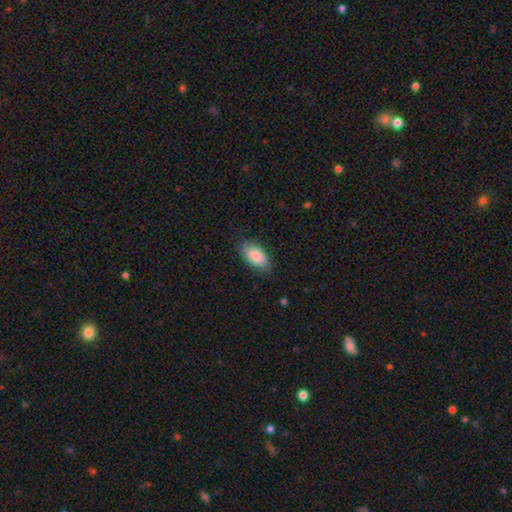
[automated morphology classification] Smooth or featured?
  - smooth: 79% *
  - featured or disk: 15%
  - star or artifact: 6%
How rounded?
  - in between: 93% *
  - round: 4%
  - cigar-shaped: 3%
Merging?
  - none: 75% *
  - minor disturbance: 20%
  - major disturbance: 4%
  - merger: 1%